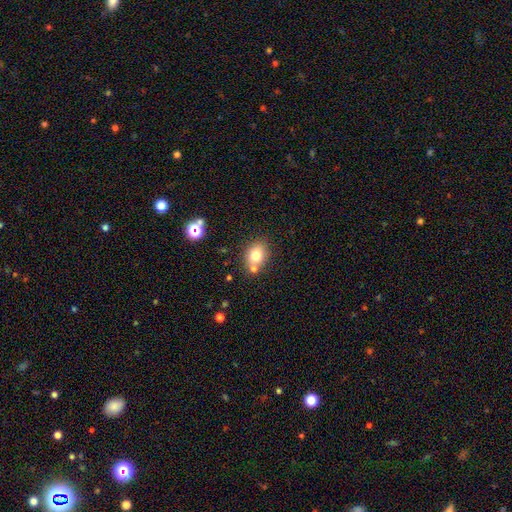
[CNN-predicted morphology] smooth_or_featured: smooth (p=0.76) [alt: featured or disk p=0.12]
how_rounded: in between (p=0.55) [alt: round p=0.44]
merging: none (p=0.66) [alt: merger p=0.17]